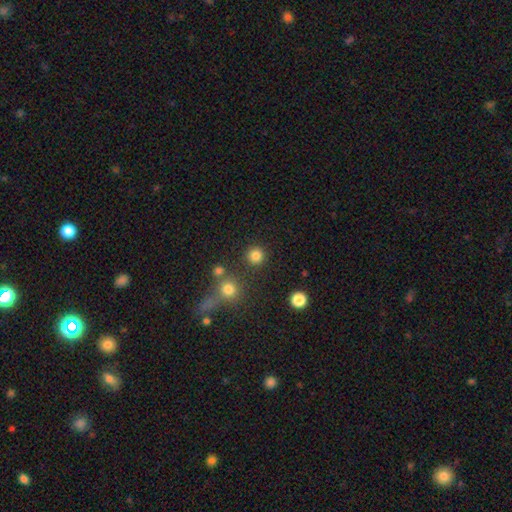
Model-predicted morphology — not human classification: Smooth or featured: smooth — 82% (star or artifact — 13%)
How rounded: round — 94% (in between — 5%)
Merging: none — 87% (minor disturbance — 6%)